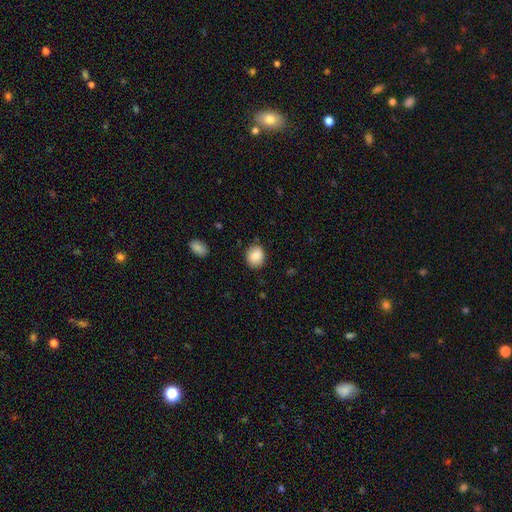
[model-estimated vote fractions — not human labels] The model was most divided on "how rounded": round: 52%, in between: 47%, cigar-shaped: 1%. More confident: smooth or featured — smooth (87%); merging — none (79%).